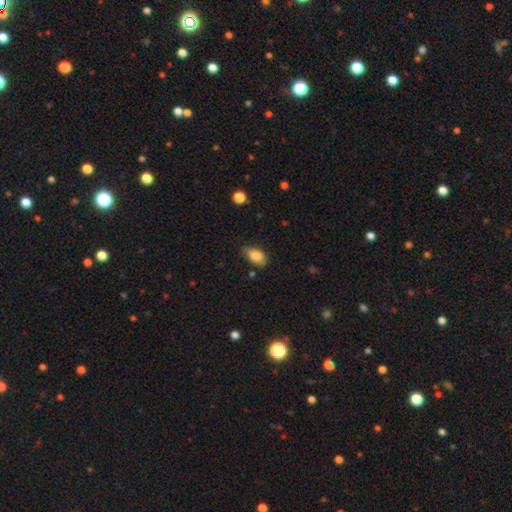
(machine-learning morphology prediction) The model was most divided on "merging": none: 62%, minor disturbance: 31%, major disturbance: 5%, merger: 2%. More confident: how rounded — in between (90%); smooth or featured — smooth (83%).